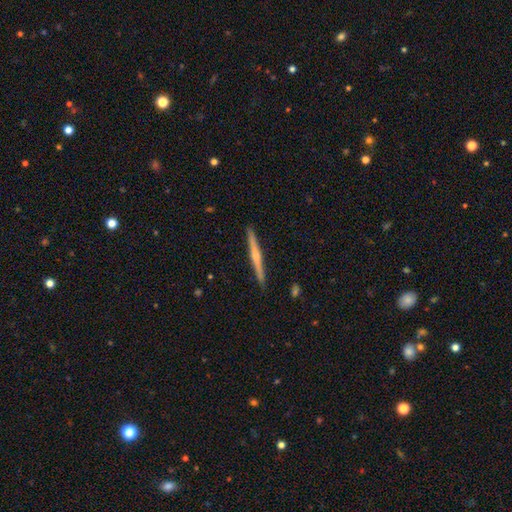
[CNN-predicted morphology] smooth-or-featured: featured or disk: 68% | smooth: 26% | star or artifact: 5%
  disk-edge-on: yes: 98% | no: 2%
    edge-on-bulge: rounded: 74% | none: 19% | boxy: 7%
  merging: none: 92% | minor disturbance: 6% | major disturbance: 1% | merger: 1%